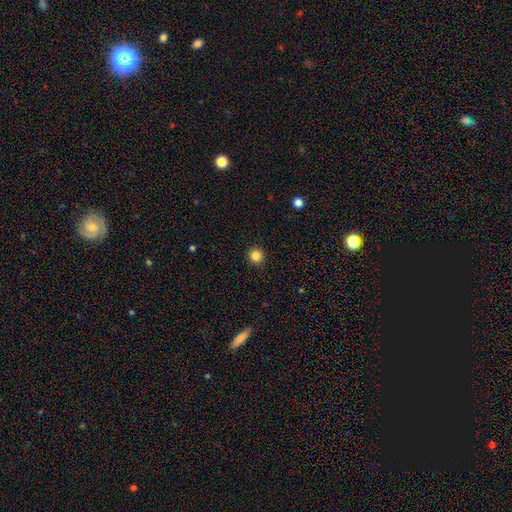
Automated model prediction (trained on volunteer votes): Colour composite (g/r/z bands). It shows a smooth galaxy with no disk features (84%) that is round (94%). Merging: none (92%).